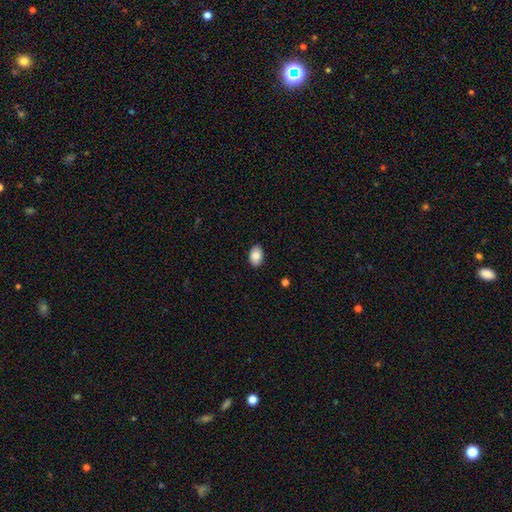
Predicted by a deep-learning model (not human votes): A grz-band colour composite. It shows a smooth galaxy with no disk features (88%) that is in between round and cigar-shaped (88%). Merging: none (88%).